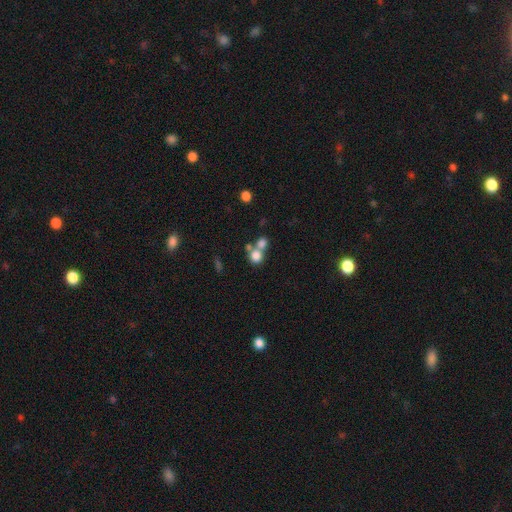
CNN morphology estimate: Smooth or featured?
  - smooth: 78% *
  - star or artifact: 11%
  - featured or disk: 11%
How rounded?
  - round: 82% *
  - in between: 17%
  - cigar-shaped: 1%
Merging?
  - merger: 49% *
  - none: 39%
  - minor disturbance: 7%
  - major disturbance: 4%